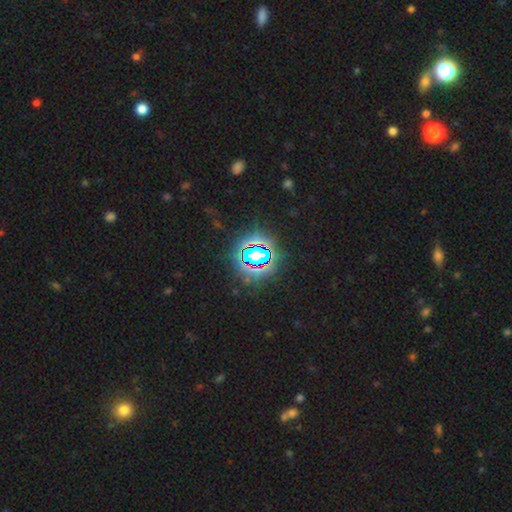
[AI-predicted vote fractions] The model was most divided on "smooth or featured": star or artifact: 79%, smooth: 13%, featured or disk: 8%.